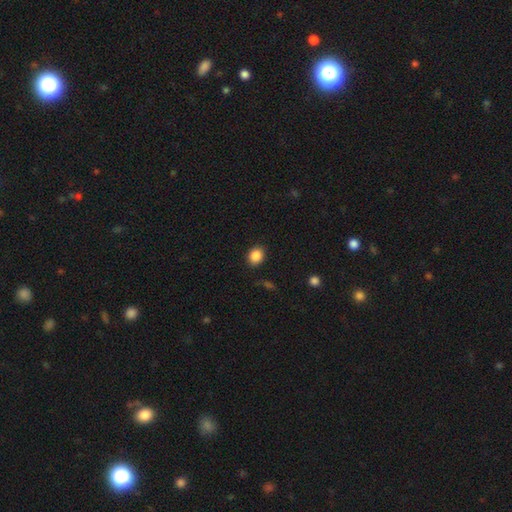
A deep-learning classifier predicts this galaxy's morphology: This appears to be a smooth galaxy with no disk features (87%) that is round (59%). Merging: none (87%).